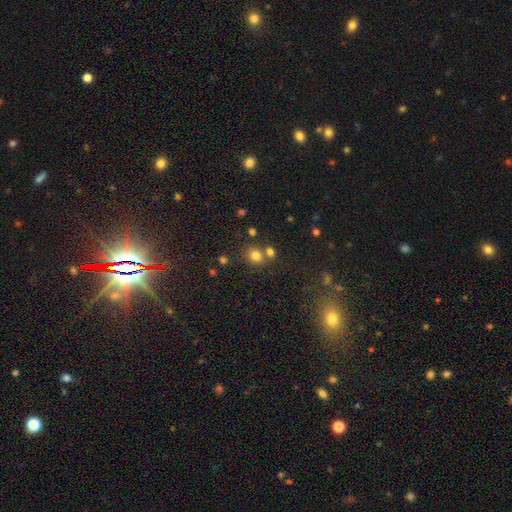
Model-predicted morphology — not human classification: smooth 77%, star or artifact 15%, featured or disk 7%. Down the decision tree: how rounded — round (70%); merging — none (63%).